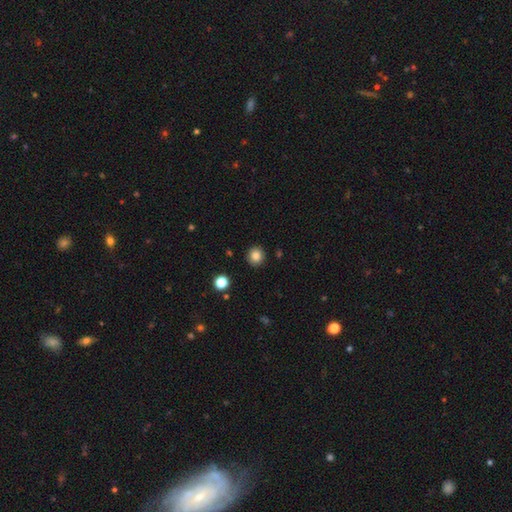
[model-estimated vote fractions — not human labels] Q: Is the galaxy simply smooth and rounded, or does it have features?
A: smooth — 84%.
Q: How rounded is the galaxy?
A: round — 91%.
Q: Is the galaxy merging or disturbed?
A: none — 91%.